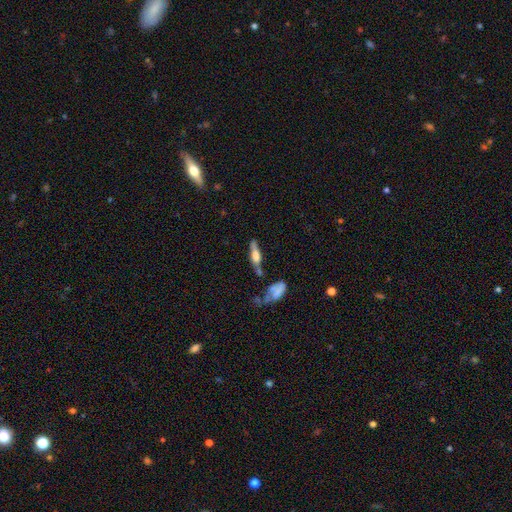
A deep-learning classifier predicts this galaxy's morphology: Smooth or featured? Predicted: featured or disk (p=0.53). Edge-on disk? Predicted: yes (p=0.88). Merging? Predicted: none (p=0.56).